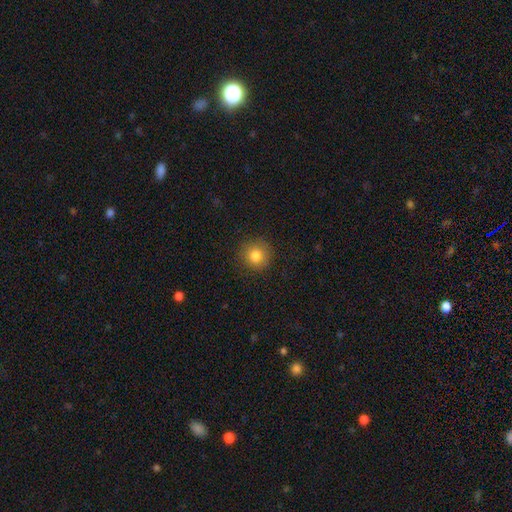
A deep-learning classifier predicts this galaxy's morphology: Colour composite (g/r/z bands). It shows a smooth galaxy with no disk features (82%) that is round (92%). Merging: none (88%).